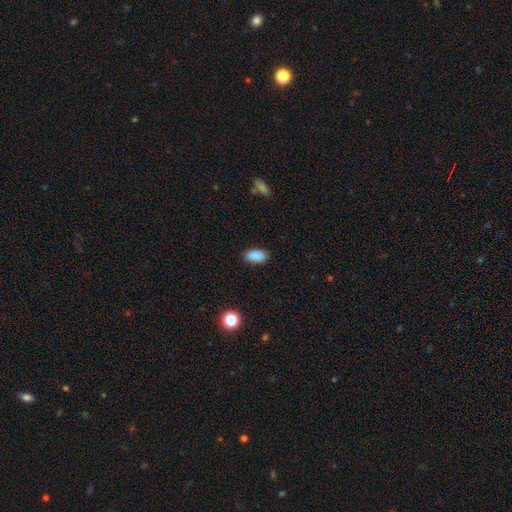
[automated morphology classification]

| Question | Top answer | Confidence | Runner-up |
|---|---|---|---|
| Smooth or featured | smooth | 89% | star or artifact (8%) |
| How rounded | in between | 93% | round (5%) |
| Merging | none | 87% | minor disturbance (10%) |